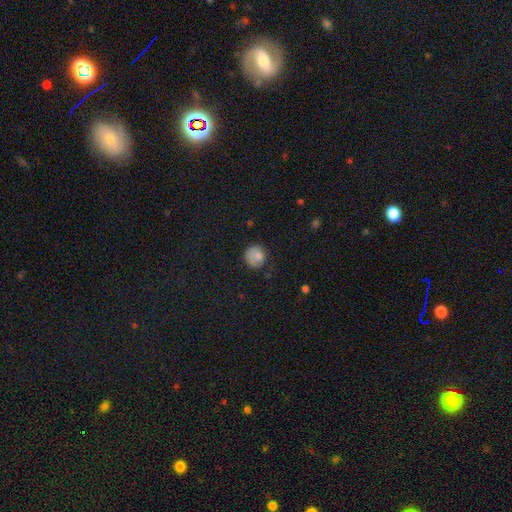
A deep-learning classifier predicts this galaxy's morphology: A smooth galaxy with no disk features (80%) that is round (83%). Merging: none (68%).